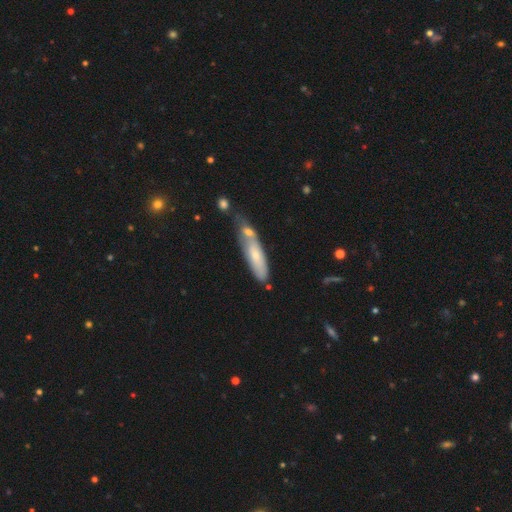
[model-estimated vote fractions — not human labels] A smooth galaxy with no disk features (59%) that is cigar-shaped (66%). Merging: none (36%, tied with merger).